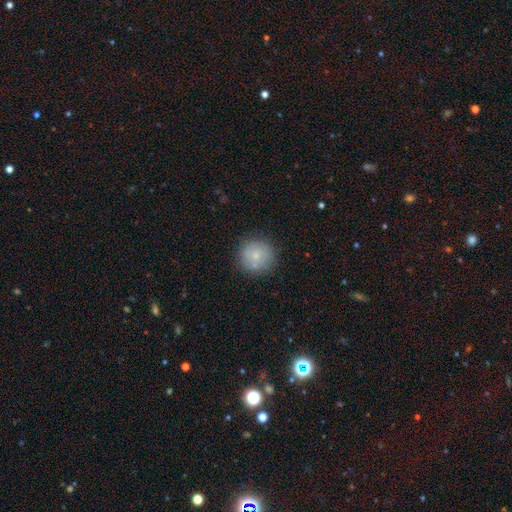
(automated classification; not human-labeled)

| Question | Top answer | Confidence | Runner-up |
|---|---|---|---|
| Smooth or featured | smooth | 74% | featured or disk (17%) |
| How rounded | round | 95% | in between (4%) |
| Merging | none | 84% | minor disturbance (11%) |